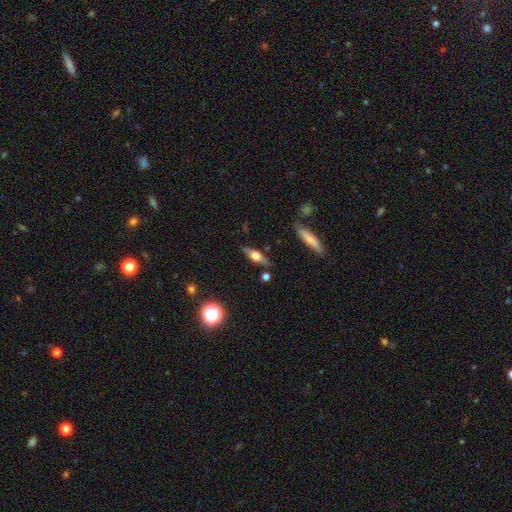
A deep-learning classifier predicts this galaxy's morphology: Overall: featured or disk (54%; smooth 38%). Edge-on disk: yes (91%). Merging: none (82%).